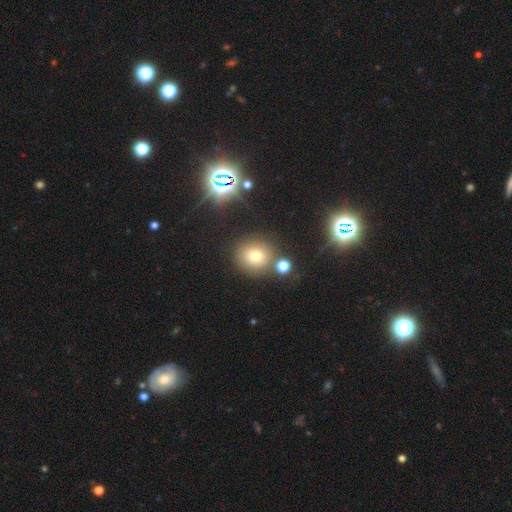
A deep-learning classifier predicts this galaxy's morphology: type=smooth (73%); roundness=round (88%); merging=none (78%).